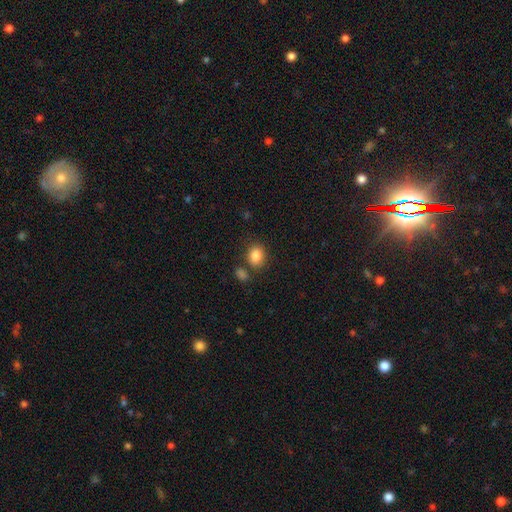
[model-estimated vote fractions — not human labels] smooth 86%, star or artifact 9%, featured or disk 5%. Down the decision tree: how rounded — in between (58%); merging — none (69%).